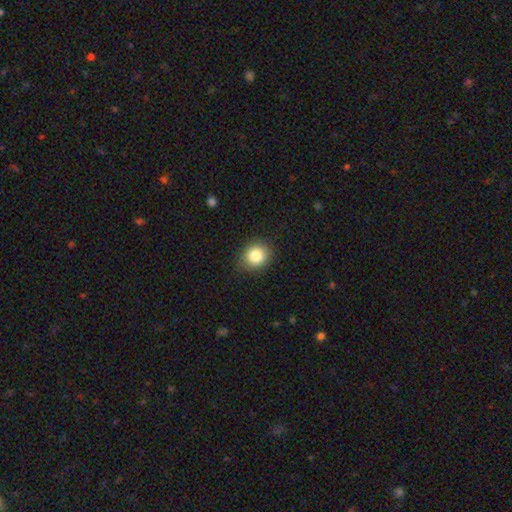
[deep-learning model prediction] Overall: smooth (84%). How rounded: round (76%). Merging: none (85%).